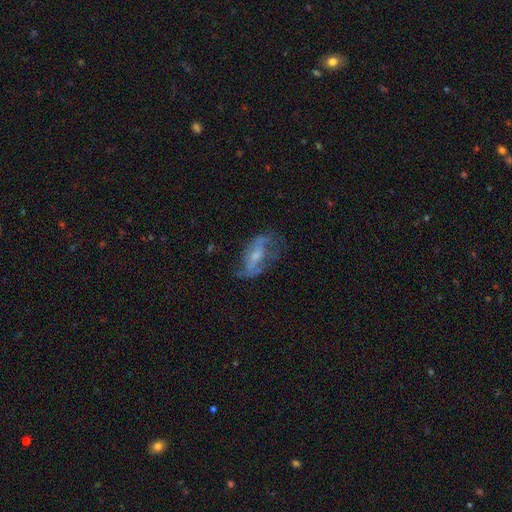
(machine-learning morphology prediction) featured or disk 64%, smooth 26%, star or artifact 10%. Down the decision tree: edge-on disk — no (87%); bar — no (44%); spiral arms — yes (60%); bulge size — small (51%); merging — none (47%).